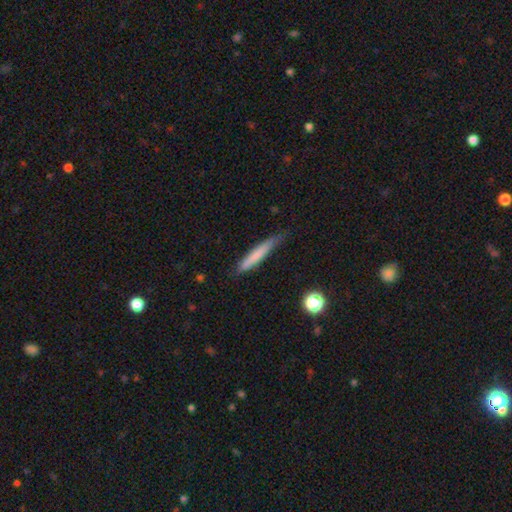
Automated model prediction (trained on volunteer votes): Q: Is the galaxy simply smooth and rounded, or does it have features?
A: smooth — 70%.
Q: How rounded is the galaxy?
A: cigar-shaped — 94%.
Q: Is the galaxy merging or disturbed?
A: none — 70%.